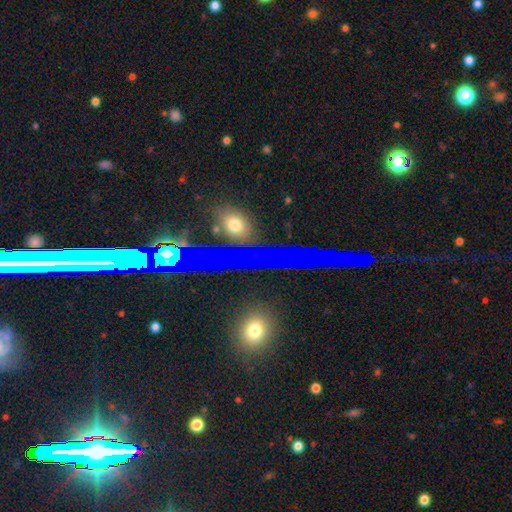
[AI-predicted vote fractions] This appears to be a star or artifact, not a galaxy (40%).